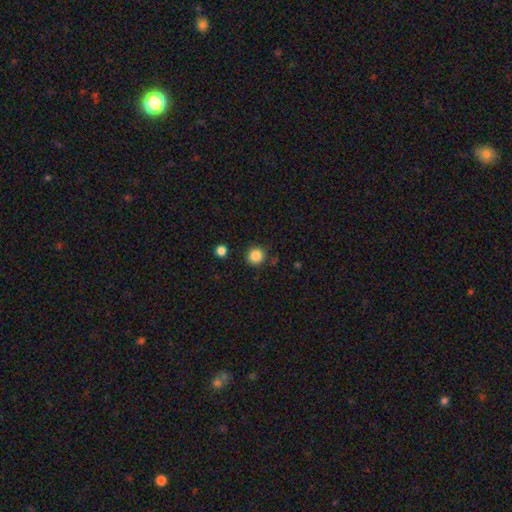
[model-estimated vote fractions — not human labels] This is clearly a smooth galaxy (86%). How rounded: clearly round (93%). Merging: clearly none (87%).